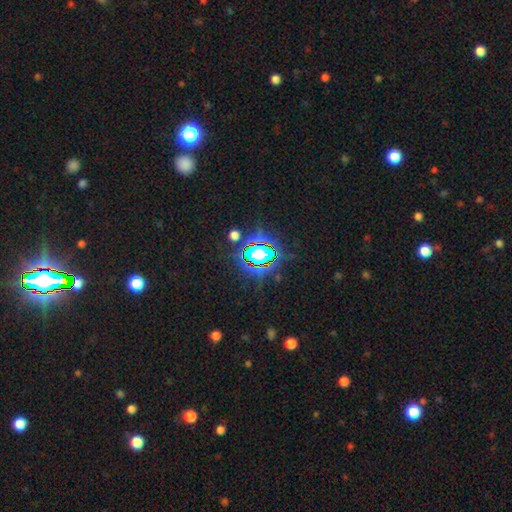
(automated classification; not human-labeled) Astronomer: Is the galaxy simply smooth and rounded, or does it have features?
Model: star or artifact — 73%.